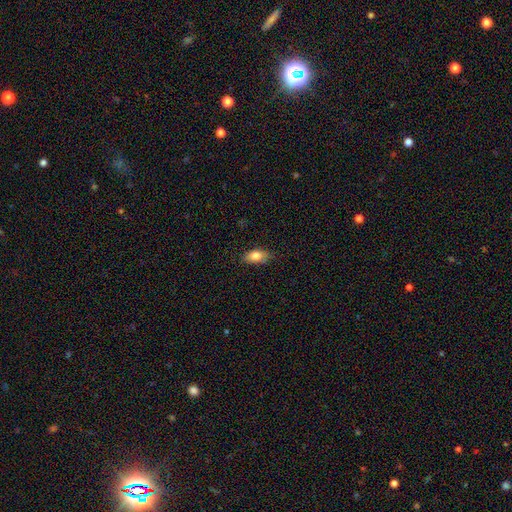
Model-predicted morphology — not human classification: Q: Smooth or featured?
A: smooth (80%); runner-up: featured or disk (12%)
Q: How rounded?
A: in between (87%); runner-up: cigar-shaped (8%)
Q: Merging?
A: none (78%); runner-up: minor disturbance (18%)